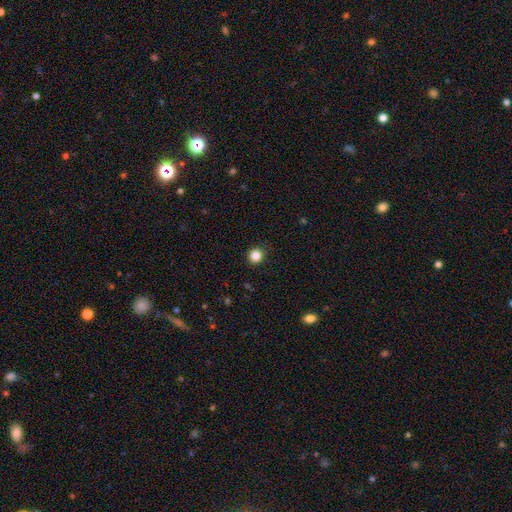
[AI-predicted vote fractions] Smooth or featured?
  - smooth: 85% *
  - star or artifact: 12%
  - featured or disk: 3%
How rounded?
  - round: 89% *
  - in between: 10%
  - cigar-shaped: 1%
Merging?
  - none: 90% *
  - minor disturbance: 7%
  - major disturbance: 2%
  - merger: 1%